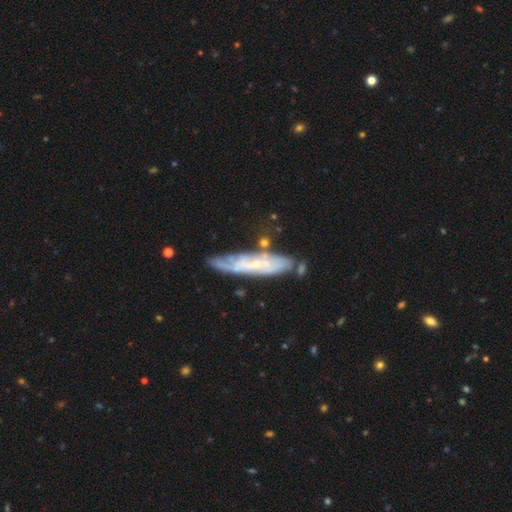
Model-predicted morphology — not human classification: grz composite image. It shows a featured or disk galaxy (56%) viewed edge-on (61%). Merging: none (68%).